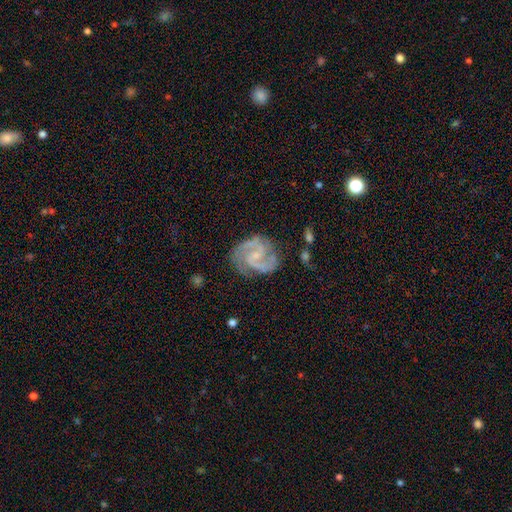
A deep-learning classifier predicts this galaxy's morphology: The model was most divided on "bar": weak: 48%, no: 39%, strong: 12%. More confident: edge-on disk — no (98%); spiral arms — yes (98%); smooth or featured — featured or disk (90%); spiral arm count — 2 (86%); merging — none (73%); bulge size — small (65%); spiral winding — medium (57%).